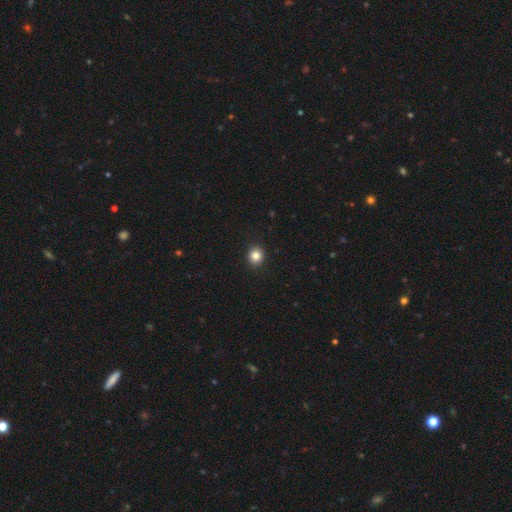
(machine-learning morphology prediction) This appears to be a smooth galaxy with no disk features (85%) that is round (75%). Merging: none (92%).